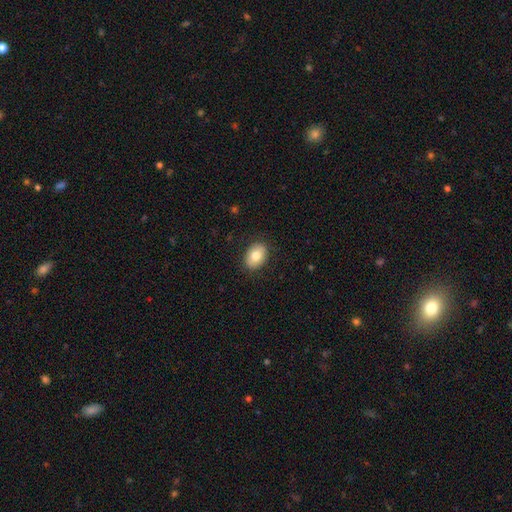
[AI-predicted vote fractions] This appears to be a smooth galaxy with no disk features (80%) that is in between round and cigar-shaped (72%). Merging: none (88%).